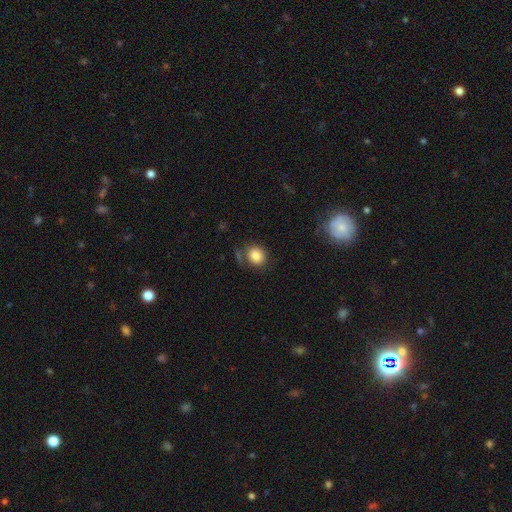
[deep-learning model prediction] A smooth galaxy with no disk features (83%) that is round (70%). Merging: none (69%).